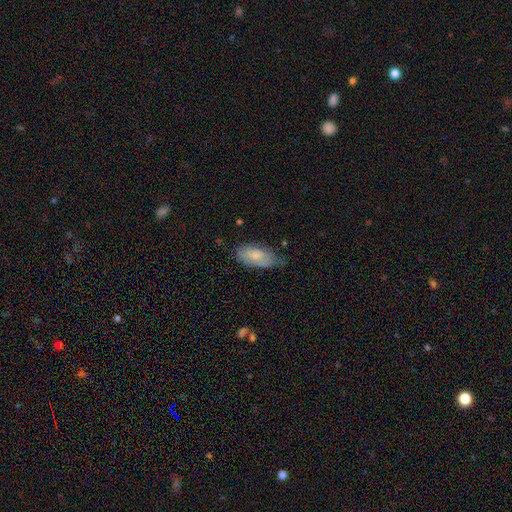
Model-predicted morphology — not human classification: A smooth galaxy with no disk features (73%) that is in between round and cigar-shaped (89%).

Vote fractions:
- Smooth or featured? smooth: 73% / featured or disk: 21% / star or artifact: 6%
- How rounded? in between: 89% / cigar-shaped: 9% / round: 2%
- Merging? none: 53% / minor disturbance: 37% / major disturbance: 8% / merger: 2%